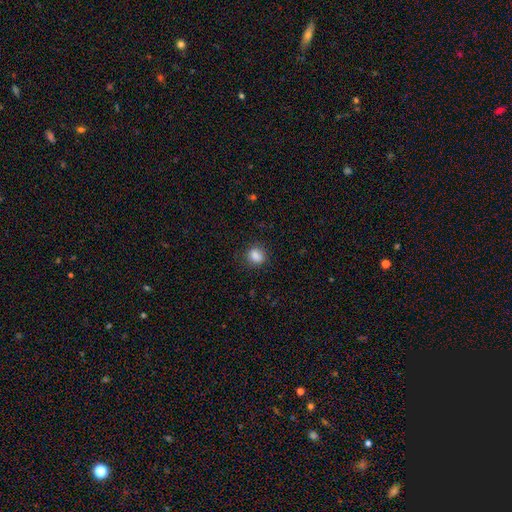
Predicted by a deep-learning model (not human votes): smooth 86%, star or artifact 10%, featured or disk 4%. Down the decision tree: how rounded — round (67%); merging — none (82%).